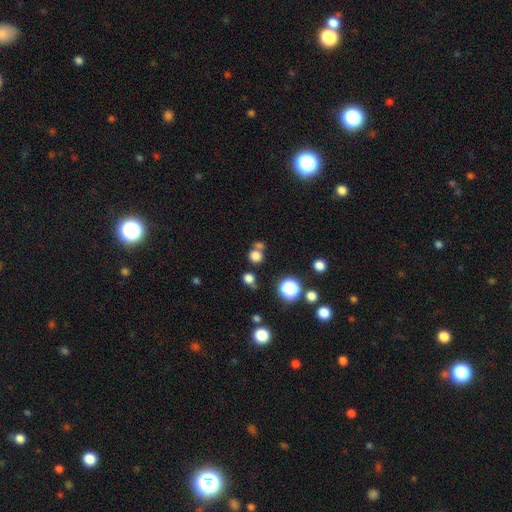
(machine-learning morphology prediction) Q: Smooth or featured?
A: smooth (72%); runner-up: star or artifact (21%)
Q: How rounded?
A: round (87%); runner-up: in between (12%)
Q: Merging?
A: none (62%); runner-up: merger (25%)